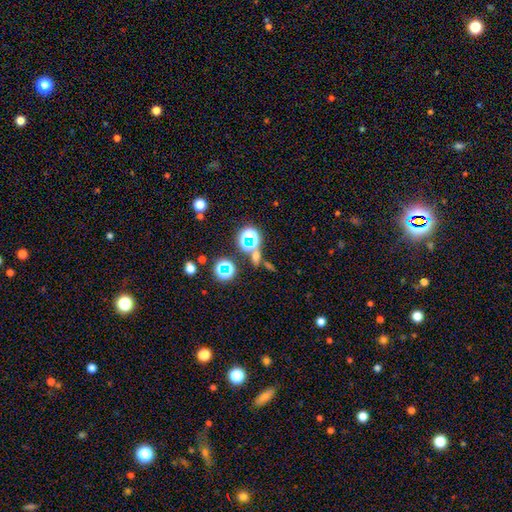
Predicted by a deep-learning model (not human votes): Smooth or featured: star or artifact — 51% (smooth — 36%)